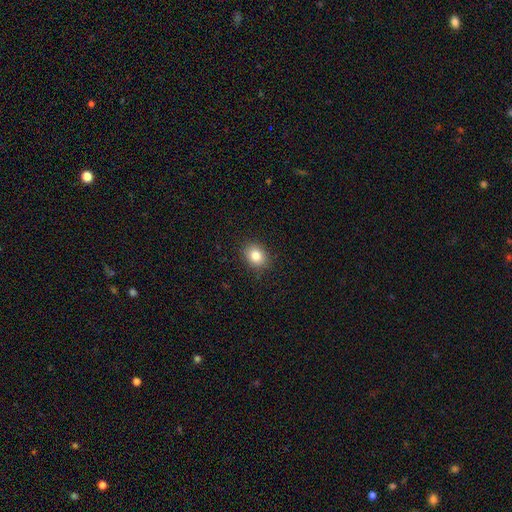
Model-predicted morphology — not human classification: type=smooth (83%); roundness=round (50%); merging=none (89%).